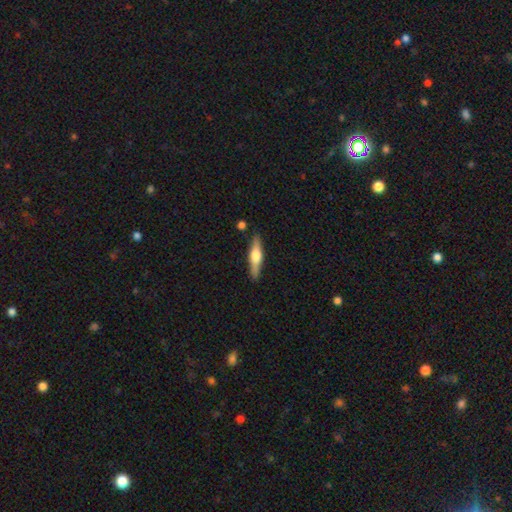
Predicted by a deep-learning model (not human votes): The model was most divided on "smooth or featured": featured or disk: 57%, smooth: 38%, star or artifact: 6%. More confident: edge-on disk — yes (95%); edge-on bulge — rounded (89%); merging — none (86%).